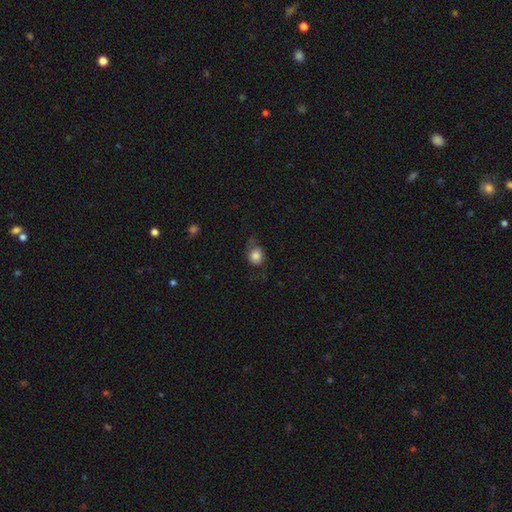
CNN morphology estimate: Overall: smooth (80%). How rounded: round (70%). Merging: none (54%; minor disturbance 29%).